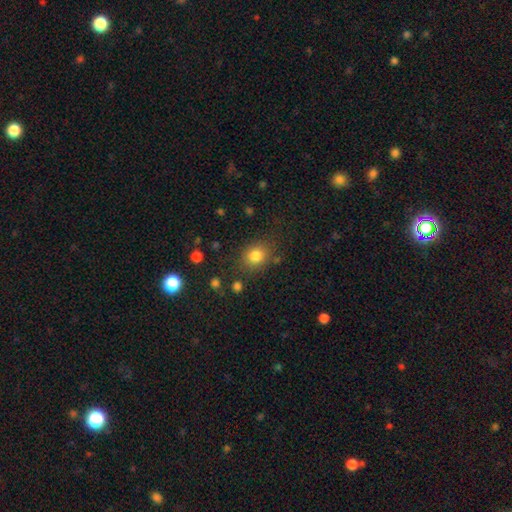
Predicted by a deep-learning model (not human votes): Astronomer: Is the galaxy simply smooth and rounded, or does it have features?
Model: smooth — 81%.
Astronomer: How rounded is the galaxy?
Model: round — 69%.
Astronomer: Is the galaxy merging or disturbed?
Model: none — 78%.